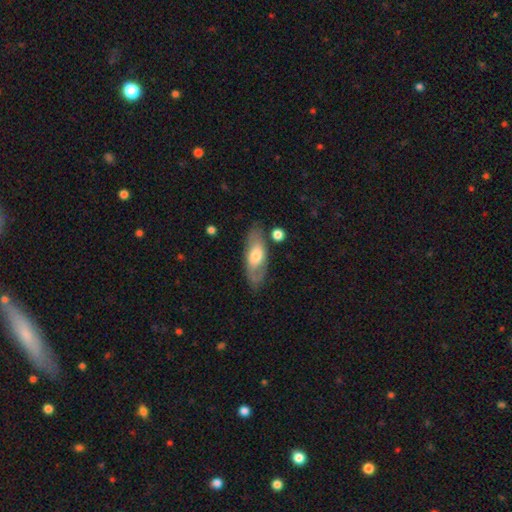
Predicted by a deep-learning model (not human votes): smooth_or_featured: smooth (p=0.50) [alt: featured or disk p=0.44]
how_rounded: in between (p=0.77) [alt: cigar-shaped p=0.19]
merging: none (p=0.76) [alt: minor disturbance p=0.15]